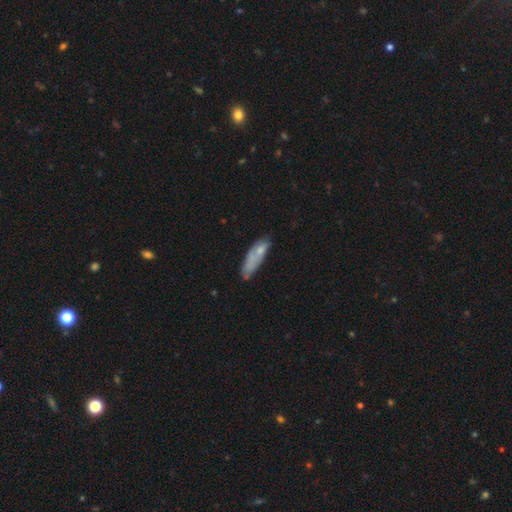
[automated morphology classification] This is likely a smooth galaxy (62%). How rounded: possibly cigar-shaped (57%). Merging: possibly none (52%).